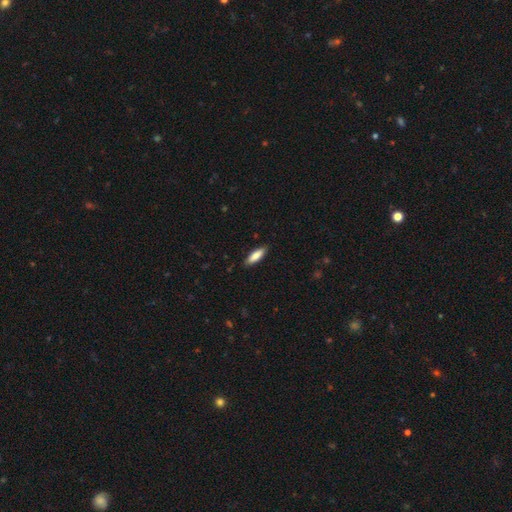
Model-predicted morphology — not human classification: Smooth or featured? smooth (84%)
How rounded? in between (53%)
Merging? none (88%)